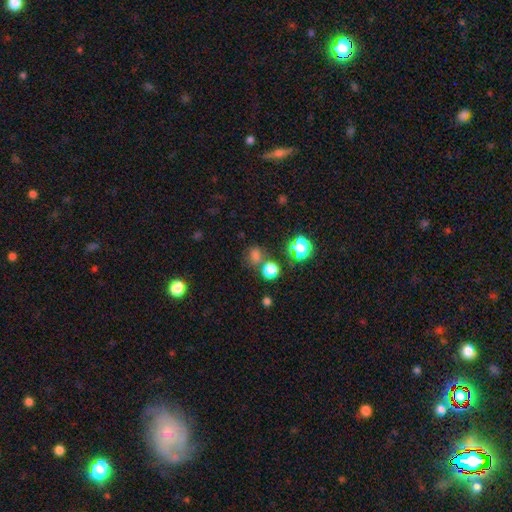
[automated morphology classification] This is likely a smooth galaxy (66%). How rounded: likely round (68%). Merging: likely none (65%).